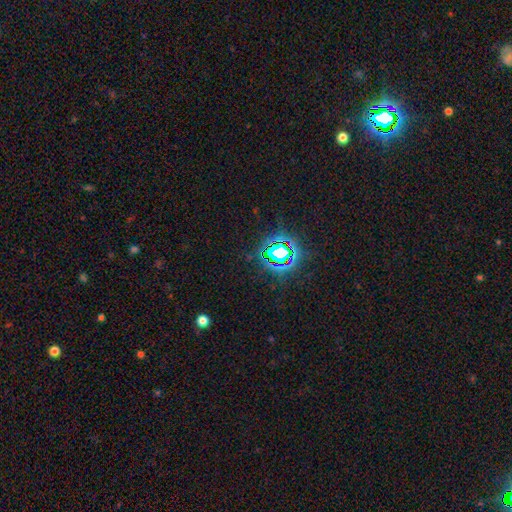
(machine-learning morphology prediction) Smooth or featured?
  - star or artifact: 81% *
  - smooth: 12%
  - featured or disk: 7%